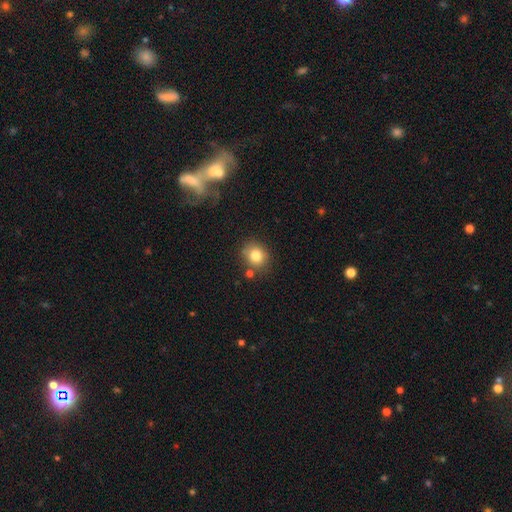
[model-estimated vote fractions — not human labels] A smooth galaxy with no disk features (81%) that is round (74%). Merging: none (76%).